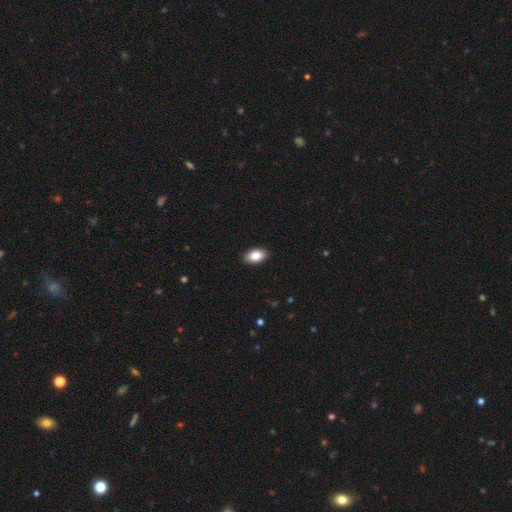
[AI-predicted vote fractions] smooth 84%, featured or disk 8%, star or artifact 7%. Down the decision tree: how rounded — in between (92%); merging — none (91%).